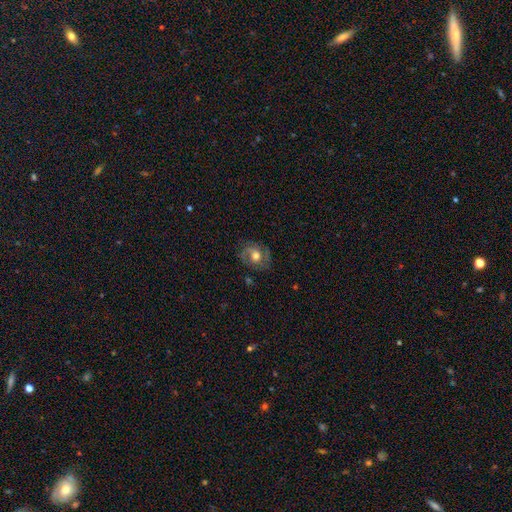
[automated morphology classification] Q: Smooth or featured?
A: featured or disk (63%); runner-up: smooth (28%)
Q: Edge-on disk?
A: no (97%); runner-up: yes (3%)
Q: Bar?
A: no (65%); runner-up: weak (28%)
Q: Spiral arms?
A: yes (82%); runner-up: no (18%)
Q: Bulge size?
A: moderate (70%); runner-up: large (17%)
Q: Merging?
A: none (76%); runner-up: minor disturbance (16%)